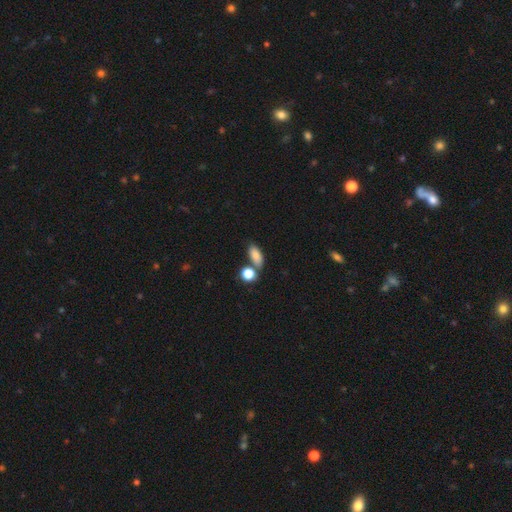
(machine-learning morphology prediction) Overall: smooth (83%). How rounded: in between (82%). Merging: none (63%).